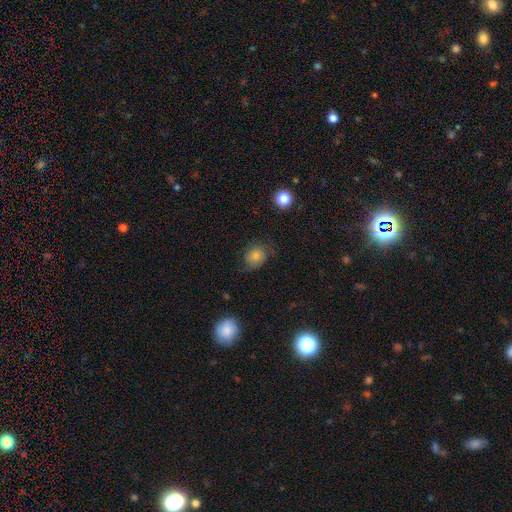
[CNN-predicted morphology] The model was most divided on "smooth or featured": smooth: 56%, featured or disk: 30%, star or artifact: 13%. More confident: how rounded — round (63%); merging — none (62%).